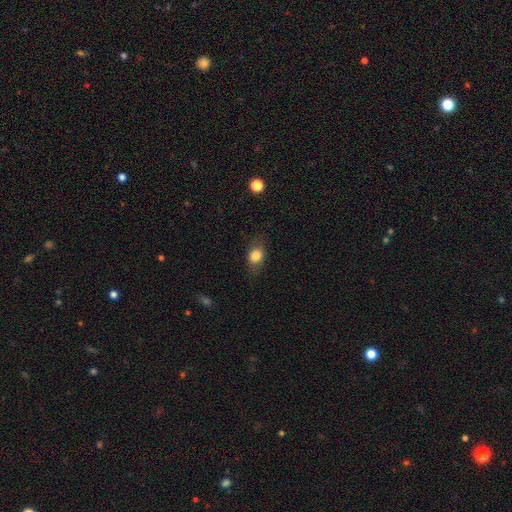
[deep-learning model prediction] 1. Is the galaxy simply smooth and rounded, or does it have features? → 79% smooth, 12% featured or disk, 9% star or artifact.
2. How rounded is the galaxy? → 66% in between, 31% round, 3% cigar-shaped.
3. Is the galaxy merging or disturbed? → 76% none, 17% minor disturbance, 6% major disturbance, 1% merger.